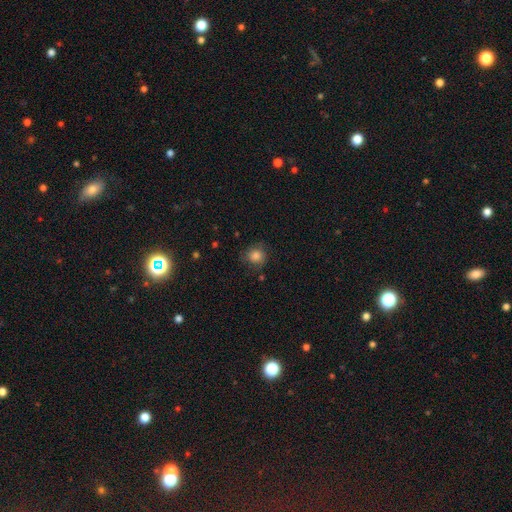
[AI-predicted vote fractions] smooth 78%, featured or disk 11%, star or artifact 11%. Down the decision tree: how rounded — round (87%); merging — none (74%).